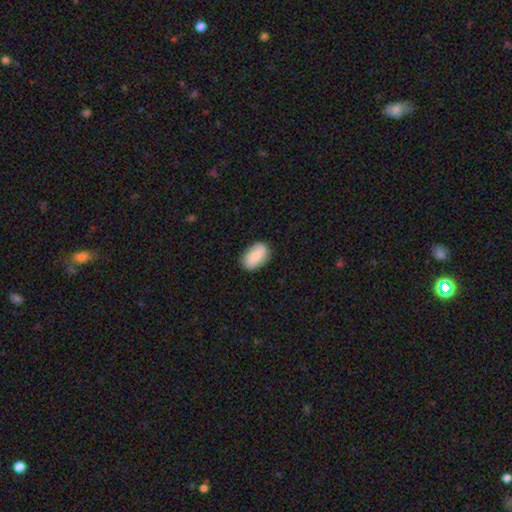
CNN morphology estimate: The model was most divided on "smooth or featured": smooth: 79%, featured or disk: 14%, star or artifact: 7%. More confident: how rounded — in between (90%); merging — none (82%).